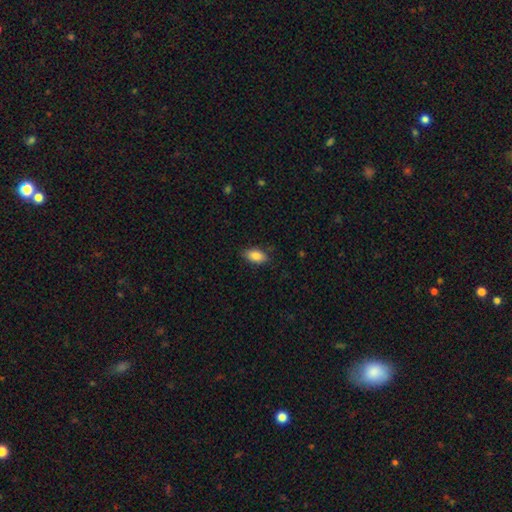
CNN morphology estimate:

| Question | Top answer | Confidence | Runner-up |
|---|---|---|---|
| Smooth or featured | smooth | 87% | star or artifact (7%) |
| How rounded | in between | 91% | round (5%) |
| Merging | none | 83% | minor disturbance (13%) |